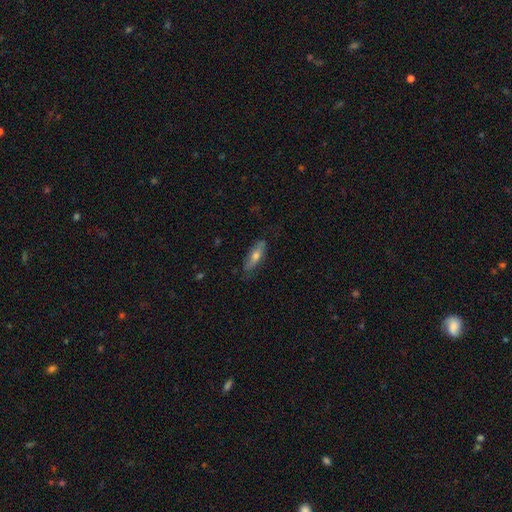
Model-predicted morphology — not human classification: This appears to be a smooth galaxy with no disk features (55%) that is in between round and cigar-shaped (51%). Merging: none (75%).